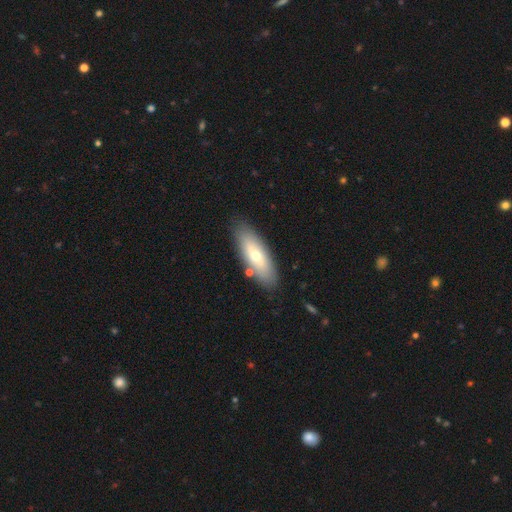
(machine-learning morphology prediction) Smooth or featured?
  - smooth: 59% *
  - featured or disk: 35%
  - star or artifact: 6%
How rounded?
  - in between: 64% *
  - cigar-shaped: 33%
  - round: 2%
Merging?
  - none: 83% *
  - minor disturbance: 11%
  - merger: 4%
  - major disturbance: 3%